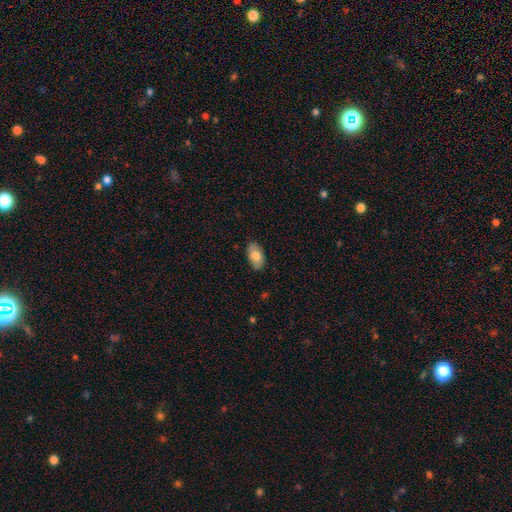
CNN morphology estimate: Smooth or featured? smooth (78%)
How rounded? in between (94%)
Merging? none (86%)